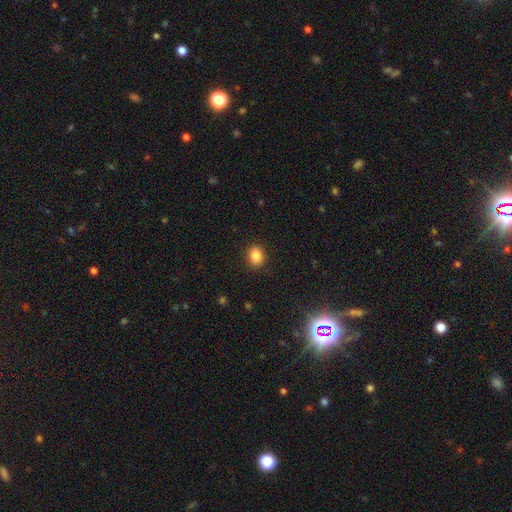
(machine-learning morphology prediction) Q: Smooth or featured?
A: smooth (85%); runner-up: star or artifact (10%)
Q: How rounded?
A: in between (51%); runner-up: round (48%)
Q: Merging?
A: none (89%); runner-up: minor disturbance (8%)